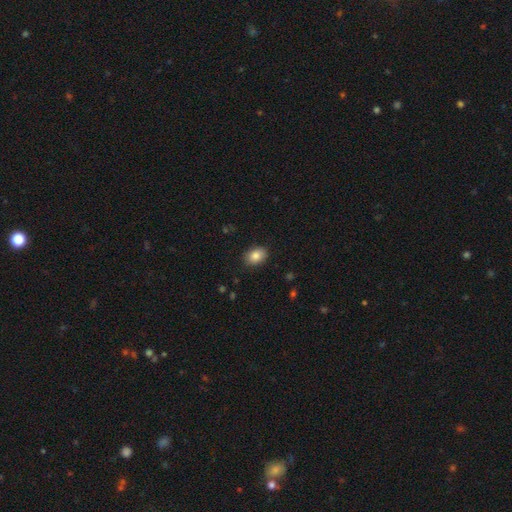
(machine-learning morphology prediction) A smooth galaxy with no disk features (85%) that is in between round and cigar-shaped (78%).

Vote fractions:
- Smooth or featured? smooth: 85% / star or artifact: 8% / featured or disk: 7%
- How rounded? in between: 78% / round: 21% / cigar-shaped: 1%
- Merging? none: 87% / minor disturbance: 10% / major disturbance: 2% / merger: 1%